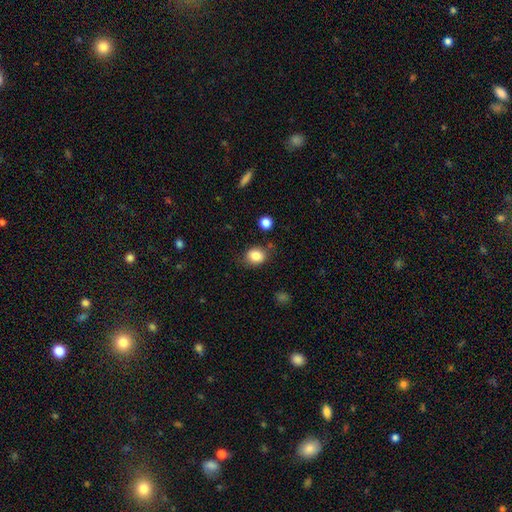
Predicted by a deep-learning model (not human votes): Smooth or featured? smooth (85%)
How rounded? round (60%)
Merging? none (75%)